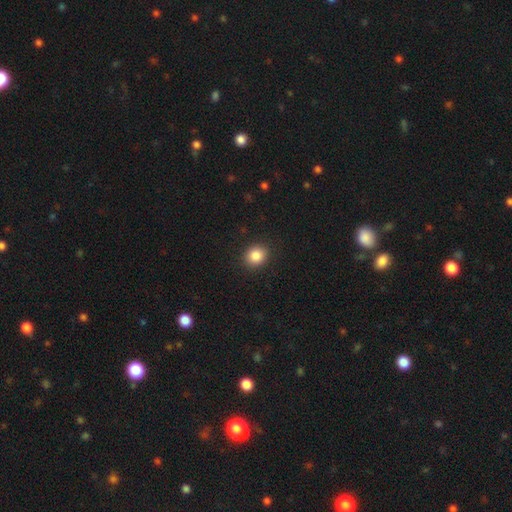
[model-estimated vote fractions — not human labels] Q: Smooth or featured?
A: smooth (86%); runner-up: star or artifact (10%)
Q: How rounded?
A: round (71%); runner-up: in between (28%)
Q: Merging?
A: none (90%); runner-up: minor disturbance (7%)